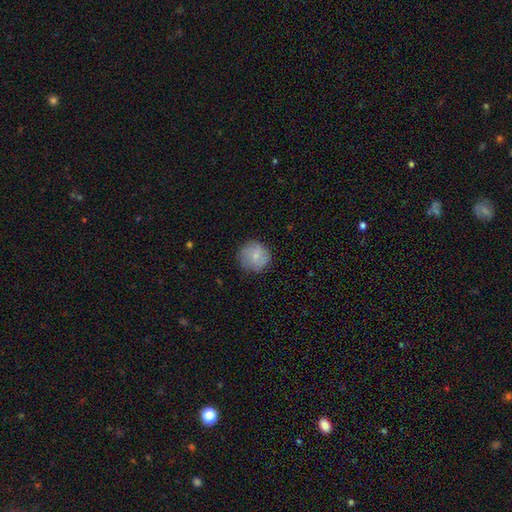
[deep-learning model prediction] A smooth galaxy with no disk features (74%) that is round (93%). Merging: none (83%).